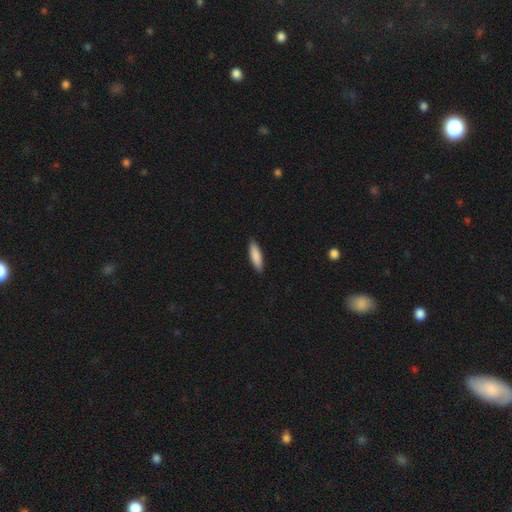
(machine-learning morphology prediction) smooth 87%, featured or disk 8%, star or artifact 5%. Down the decision tree: how rounded — cigar-shaped (60%); merging — none (89%).